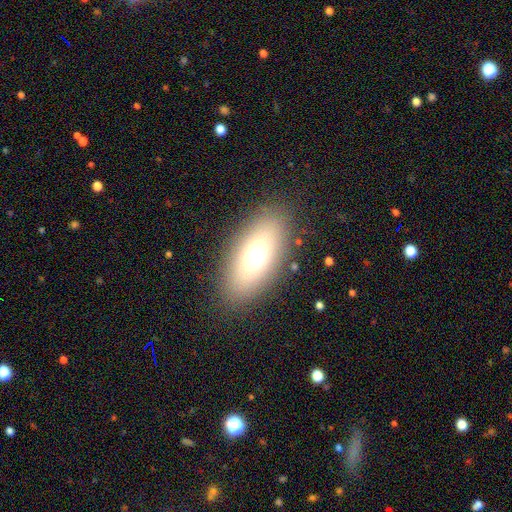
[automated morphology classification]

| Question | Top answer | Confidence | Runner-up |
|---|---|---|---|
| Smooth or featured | smooth | 64% | featured or disk (22%) |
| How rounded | in between | 83% | cigar-shaped (9%) |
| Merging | none | 85% | minor disturbance (9%) |